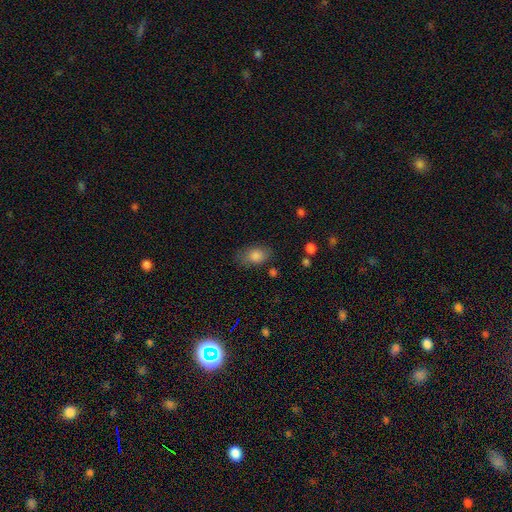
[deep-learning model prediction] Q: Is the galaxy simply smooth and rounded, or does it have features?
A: smooth — 83%.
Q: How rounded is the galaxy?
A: in between — 81%.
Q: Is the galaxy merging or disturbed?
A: none — 67%.